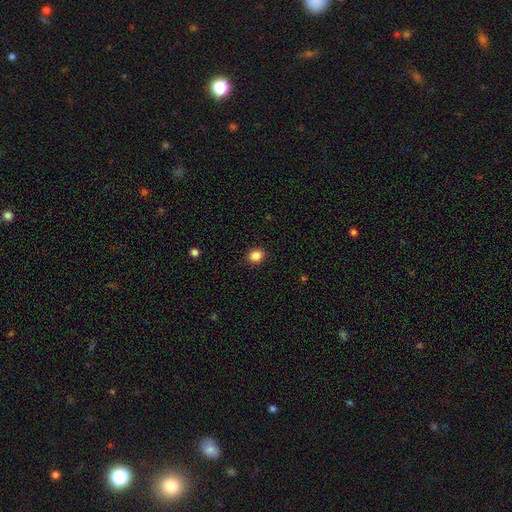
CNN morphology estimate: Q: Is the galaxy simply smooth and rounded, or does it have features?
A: smooth — 87%.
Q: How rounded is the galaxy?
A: round — 69%.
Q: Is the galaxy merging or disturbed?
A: none — 90%.